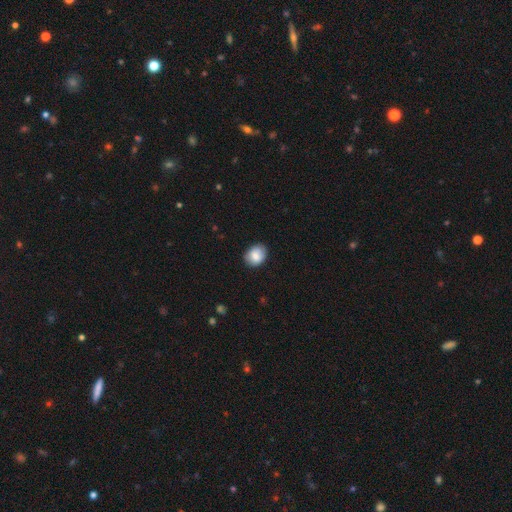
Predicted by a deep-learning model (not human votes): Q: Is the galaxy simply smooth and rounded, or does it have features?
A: smooth — 83%.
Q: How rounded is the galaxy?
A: in between — 53%.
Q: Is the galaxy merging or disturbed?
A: none — 83%.